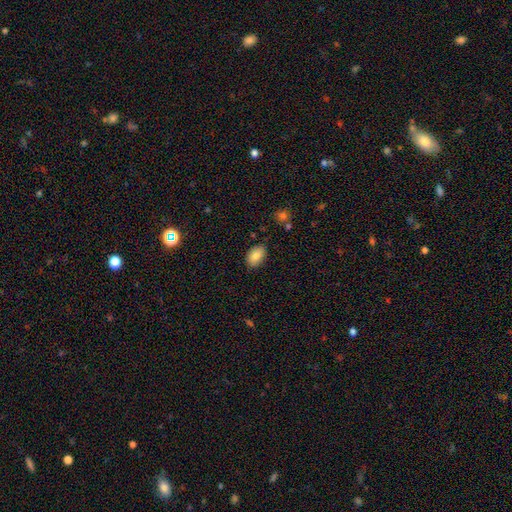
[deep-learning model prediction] A smooth galaxy with no disk features (84%) that is in between round and cigar-shaped (89%). Merging: none (82%).